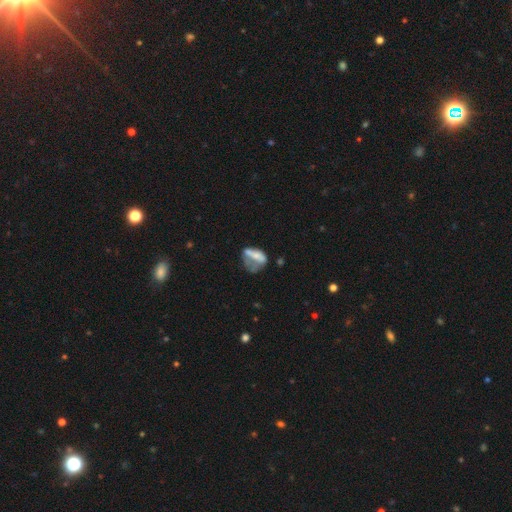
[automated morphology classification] Smooth or featured? Predicted: smooth (p=0.50). Merging? Predicted: major disturbance (p=0.40).